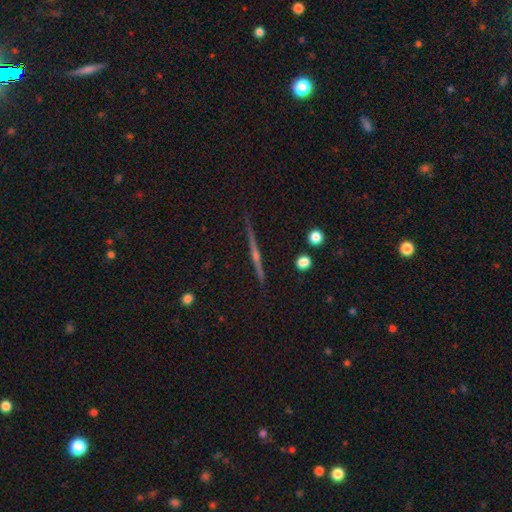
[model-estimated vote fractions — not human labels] Smooth or featured: featured or disk — 72% (smooth — 16%)
Edge-on disk: yes — 97% (no — 3%)
Edge-on bulge: rounded — 66% (none — 25%)
Merging: none — 89% (minor disturbance — 7%)